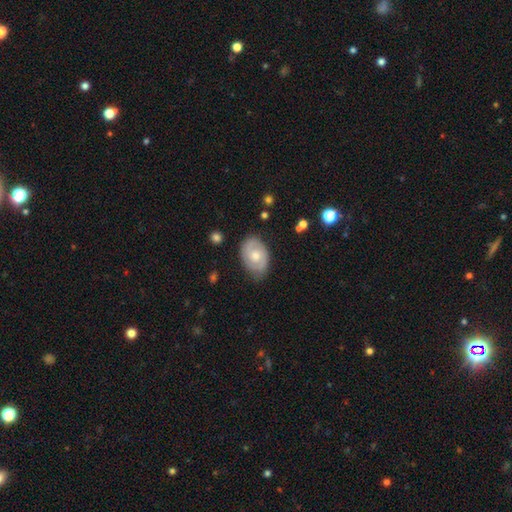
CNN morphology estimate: type=featured or disk (61%); edge-on=no (96%); bar=no (74%); spiral arms=yes (82%); bulge=moderate (53%); merging=none (74%).